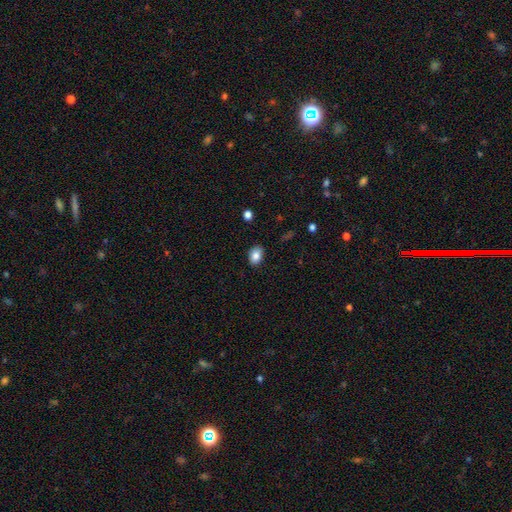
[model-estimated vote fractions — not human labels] Smooth or featured? Predicted: smooth (p=0.84). How rounded? Predicted: in between (p=0.78). Merging? Predicted: none (p=0.87).